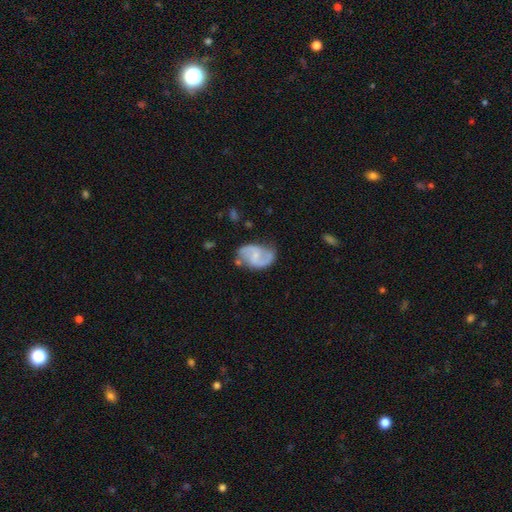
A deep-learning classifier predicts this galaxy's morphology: Smooth or featured?
  - featured or disk: 79% *
  - smooth: 15%
  - star or artifact: 5%
Edge-on disk?
  - no: 98% *
  - yes: 2%
Bar?
  - weak: 49% *
  - no: 39%
  - strong: 12%
Spiral arms?
  - yes: 93% *
  - no: 7%
Spiral winding?
  - medium: 49% *
  - loose: 36%
  - tight: 15%
Spiral arm count?
  - 2: 90% *
  - can't tell: 5%
  - 1: 2%
  - 3: 1%
  - 4: 1%
  - more than 4: 1%
Bulge size?
  - small: 62% *
  - moderate: 25%
  - none: 11%
  - large: 1%
  - dominant: 1%
Merging?
  - none: 67% *
  - minor disturbance: 22%
  - major disturbance: 7%
  - merger: 4%